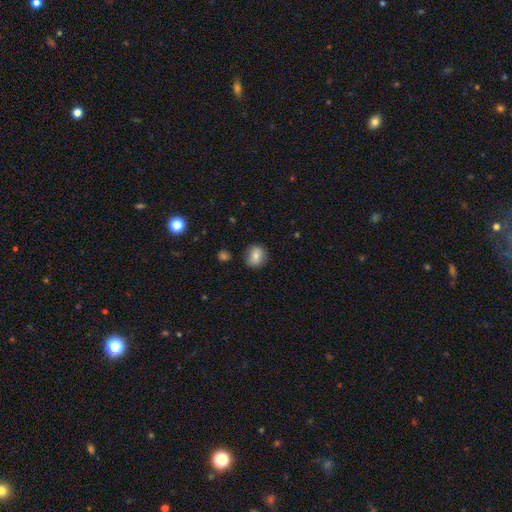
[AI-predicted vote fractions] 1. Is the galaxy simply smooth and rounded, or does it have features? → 76% smooth, 15% featured or disk, 9% star or artifact.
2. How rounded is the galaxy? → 76% round, 23% in between, 1% cigar-shaped.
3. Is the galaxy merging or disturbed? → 79% none, 16% minor disturbance, 3% major disturbance, 2% merger.